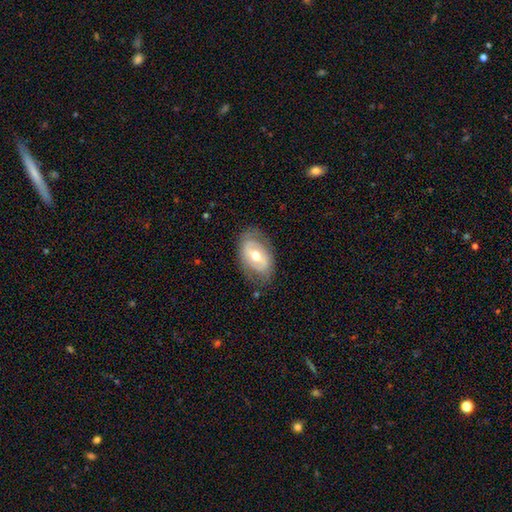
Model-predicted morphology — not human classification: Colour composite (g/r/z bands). It shows a featured or disk galaxy (62%) with a weak bar (39%), no spiral arms (53%) and a moderate central bulge (73%). Merging: none (74%).